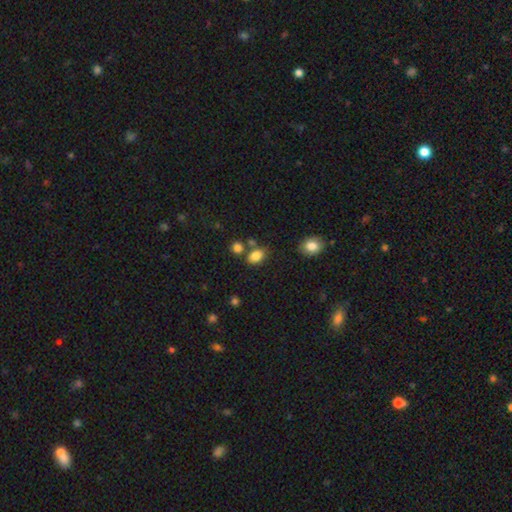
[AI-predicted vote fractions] Smooth or featured: smooth — 83% (star or artifact — 10%)
How rounded: in between — 82% (round — 17%)
Merging: none — 65% (merger — 16%)